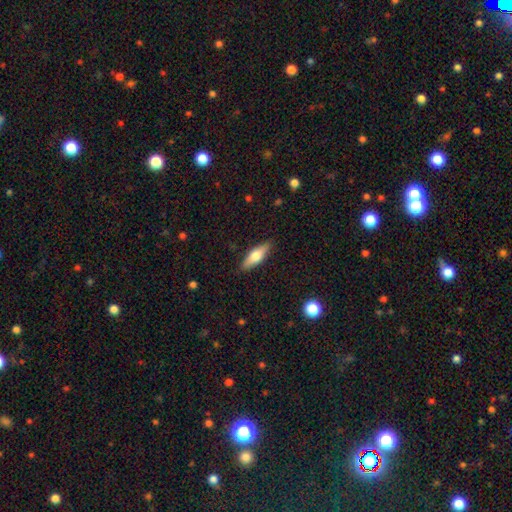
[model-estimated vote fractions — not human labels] Smooth or featured?
  - smooth: 60% *
  - featured or disk: 34%
  - star or artifact: 6%
How rounded?
  - in between: 52% *
  - cigar-shaped: 46%
  - round: 2%
Merging?
  - none: 88% *
  - minor disturbance: 9%
  - major disturbance: 2%
  - merger: 1%